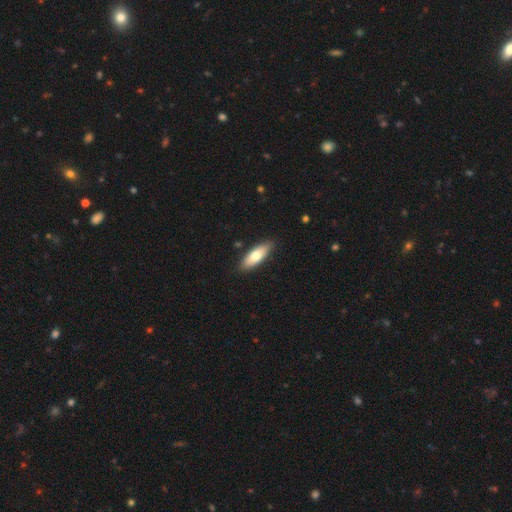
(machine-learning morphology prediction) Smooth or featured?
  - smooth: 72% *
  - featured or disk: 22%
  - star or artifact: 6%
How rounded?
  - in between: 66% *
  - cigar-shaped: 32%
  - round: 2%
Merging?
  - none: 86% *
  - minor disturbance: 10%
  - major disturbance: 2%
  - merger: 2%